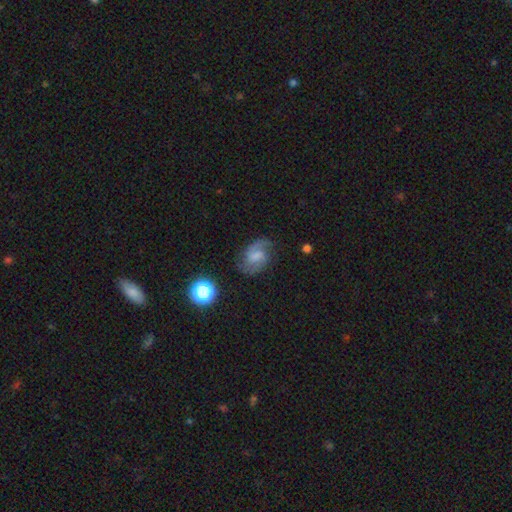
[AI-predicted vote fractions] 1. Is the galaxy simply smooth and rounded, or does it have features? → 71% featured or disk, 20% smooth, 9% star or artifact.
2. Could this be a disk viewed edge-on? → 97% no, 3% yes.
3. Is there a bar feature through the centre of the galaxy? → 56% weak, 30% no, 14% strong.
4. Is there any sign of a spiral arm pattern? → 94% yes, 6% no.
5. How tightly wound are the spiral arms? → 51% medium, 29% loose, 19% tight.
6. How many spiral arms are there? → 83% 2, 7% can't tell, 5% 1, 3% 3, 1% 4, 1% more than 4.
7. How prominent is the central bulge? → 33% none, 28% moderate, 28% small, 9% large, 2% dominant.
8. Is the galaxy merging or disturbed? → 70% none, 19% minor disturbance, 9% major disturbance, 2% merger.